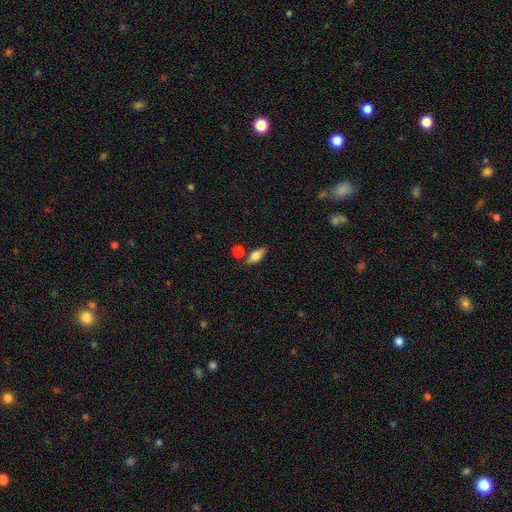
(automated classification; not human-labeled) A smooth galaxy with no disk features (61%) that is in between round and cigar-shaped (73%).

Vote fractions:
- Smooth or featured? smooth: 61% / featured or disk: 31% / star or artifact: 8%
- How rounded? in between: 73% / cigar-shaped: 21% / round: 6%
- Merging? none: 74% / minor disturbance: 14% / merger: 9% / major disturbance: 3%